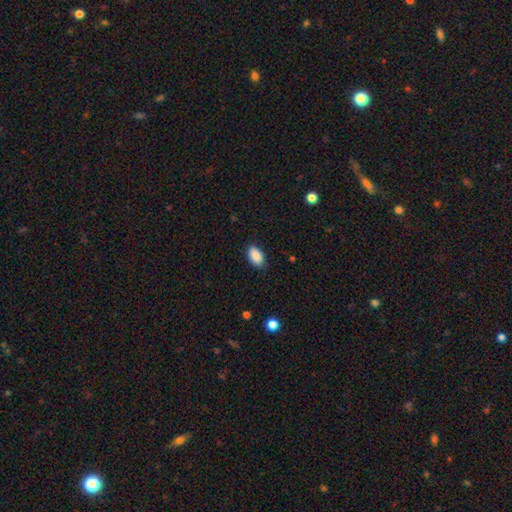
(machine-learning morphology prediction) This appears to be a smooth galaxy with no disk features (89%) that is in between round and cigar-shaped (93%). Merging: none (85%).